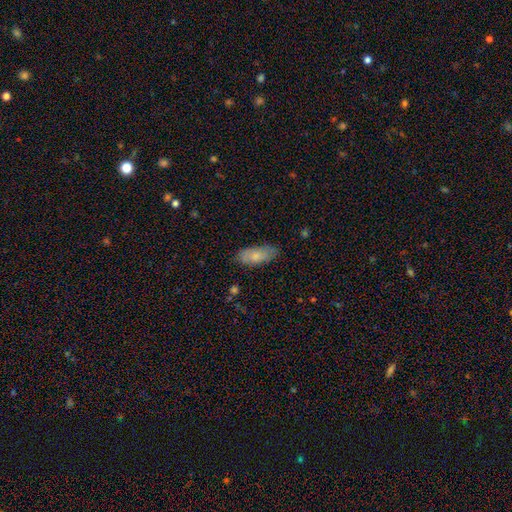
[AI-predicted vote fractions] A smooth galaxy with no disk features (75%) that is in between round and cigar-shaped (82%).

Vote fractions:
- Smooth or featured? smooth: 75% / featured or disk: 19% / star or artifact: 6%
- How rounded? in between: 82% / cigar-shaped: 16% / round: 2%
- Merging? none: 76% / minor disturbance: 18% / major disturbance: 4% / merger: 1%